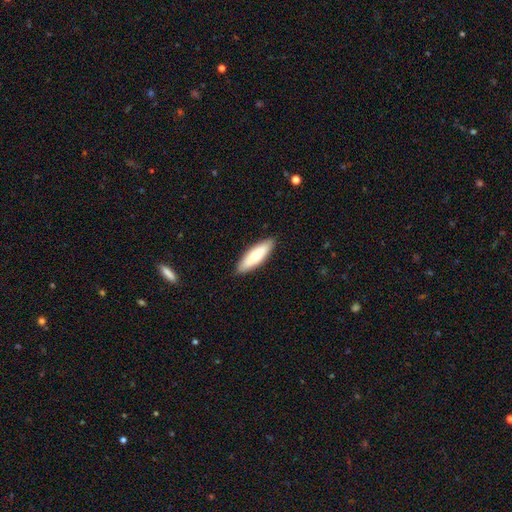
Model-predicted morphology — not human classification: This appears to be a smooth galaxy with no disk features (73%) that is in between round and cigar-shaped (50%). Merging: none (89%).